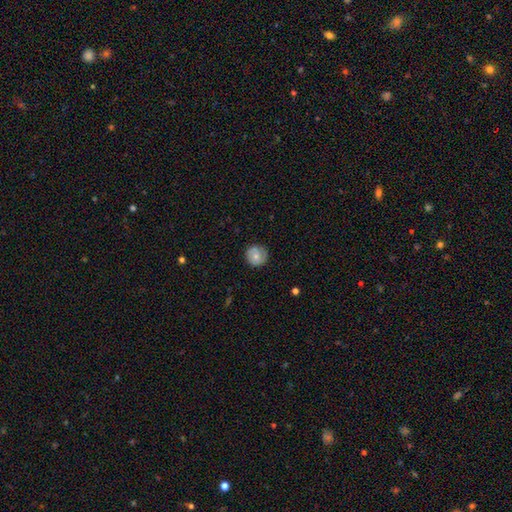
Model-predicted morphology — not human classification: Smooth or featured: smooth — 65% (featured or disk — 28%)
How rounded: round — 91% (in between — 8%)
Merging: none — 79% (minor disturbance — 16%)